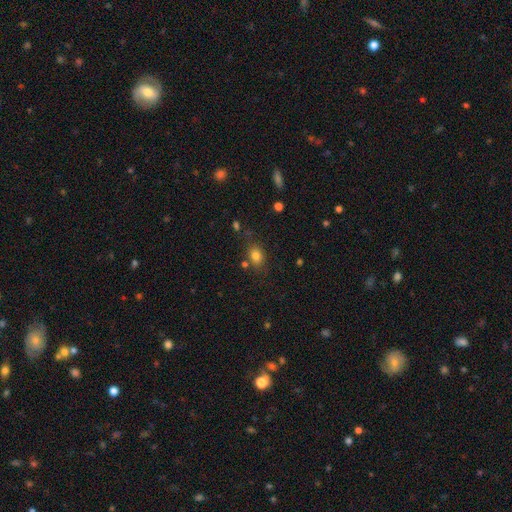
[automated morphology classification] Smooth or featured: smooth — 80% (star or artifact — 13%)
How rounded: in between — 64% (round — 35%)
Merging: none — 74% (minor disturbance — 14%)